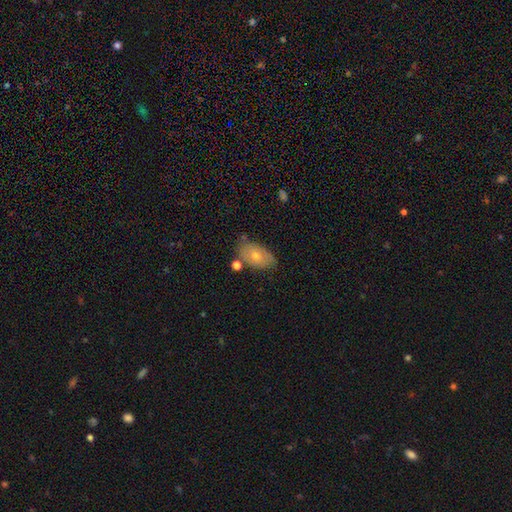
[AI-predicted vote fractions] A smooth galaxy with no disk features (59%) that is in between round and cigar-shaped (88%).

Vote fractions:
- Smooth or featured? smooth: 59% / featured or disk: 32% / star or artifact: 10%
- How rounded? in between: 88% / round: 10% / cigar-shaped: 2%
- Merging? none: 69% / minor disturbance: 21% / merger: 6% / major disturbance: 5%